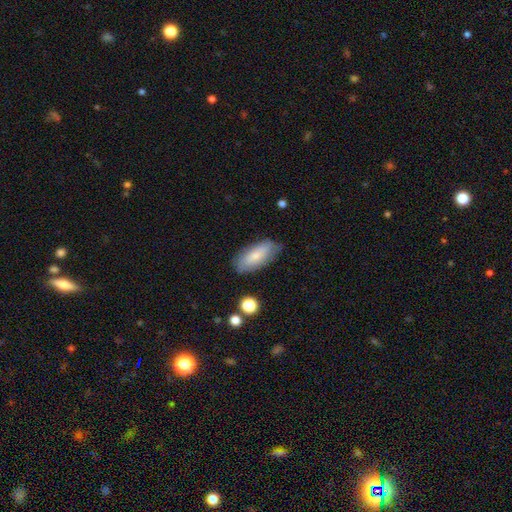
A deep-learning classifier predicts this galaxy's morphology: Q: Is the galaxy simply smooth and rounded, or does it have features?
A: smooth — 71%.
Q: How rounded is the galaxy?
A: in between — 82%.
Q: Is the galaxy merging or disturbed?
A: none — 75%.